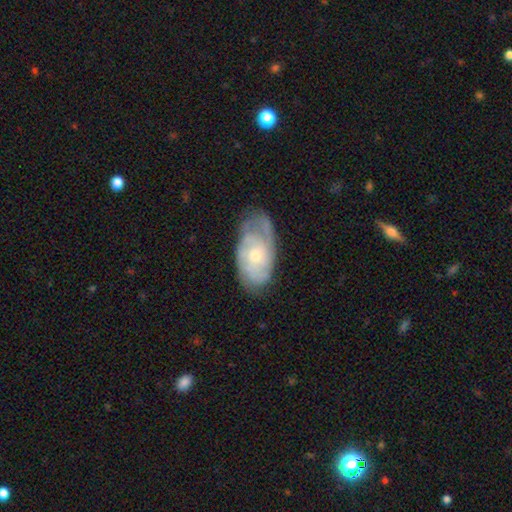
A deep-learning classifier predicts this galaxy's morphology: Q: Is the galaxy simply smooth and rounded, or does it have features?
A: featured or disk — 68%.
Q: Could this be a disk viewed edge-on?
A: no — 95%.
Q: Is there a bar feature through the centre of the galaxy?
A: no — 77%.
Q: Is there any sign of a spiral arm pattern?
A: yes — 82%.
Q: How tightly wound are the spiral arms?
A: tight — 58%.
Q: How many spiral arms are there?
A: can't tell — 51%.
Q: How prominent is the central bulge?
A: small — 49%.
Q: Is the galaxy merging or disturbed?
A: none — 60%.